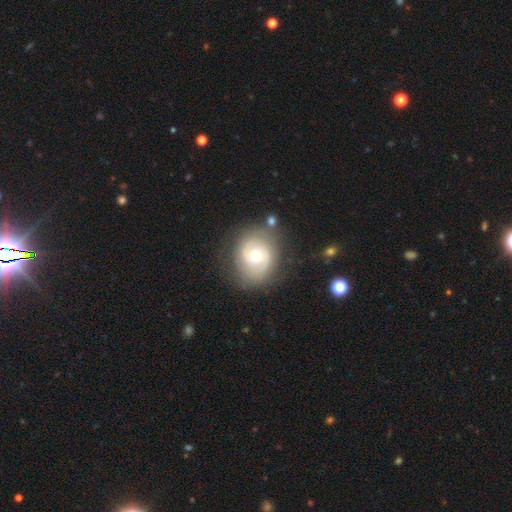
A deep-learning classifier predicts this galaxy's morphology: type=featured or disk (66%); edge-on=no (97%); bar=no (64%); spiral arms=yes (80%); winding=tight (51%); arm count=2 (72%); bulge=moderate (72%); merging=none (74%).